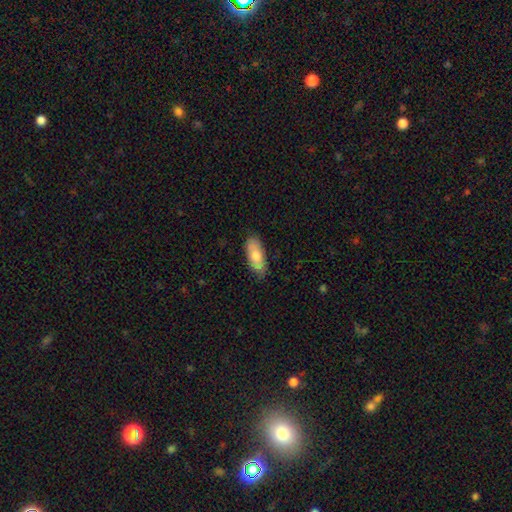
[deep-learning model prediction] smooth 74%, featured or disk 20%, star or artifact 6%. Down the decision tree: how rounded — in between (78%); merging — none (84%).